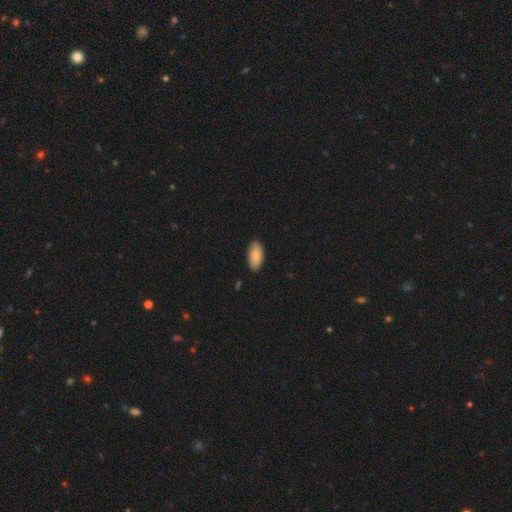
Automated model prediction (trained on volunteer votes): Smooth or featured? smooth (85%)
How rounded? in between (92%)
Merging? none (88%)